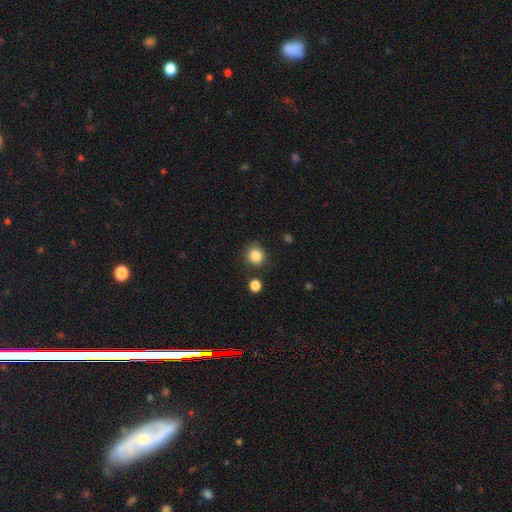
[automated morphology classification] type=smooth (86%); roundness=round (85%); merging=none (81%).